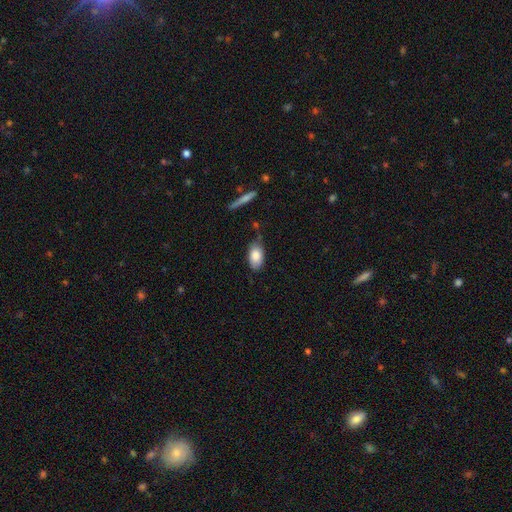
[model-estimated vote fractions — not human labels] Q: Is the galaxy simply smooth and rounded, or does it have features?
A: smooth — 84%.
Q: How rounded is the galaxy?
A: in between — 92%.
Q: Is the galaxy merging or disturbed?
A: none — 70%.